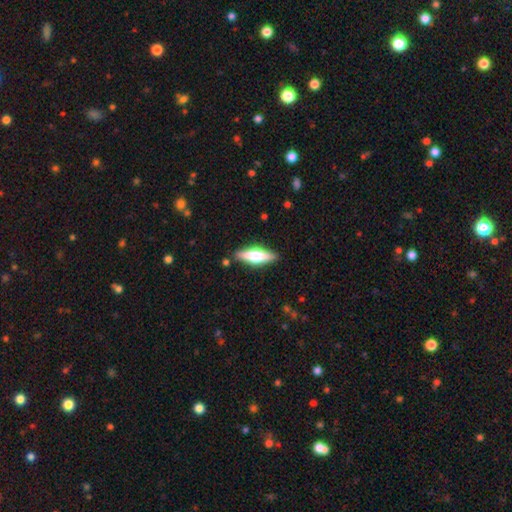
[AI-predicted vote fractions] Smooth or featured? featured or disk (58%)
Edge-on disk? yes (95%)
Edge-on bulge? rounded (92%)
Merging? none (88%)